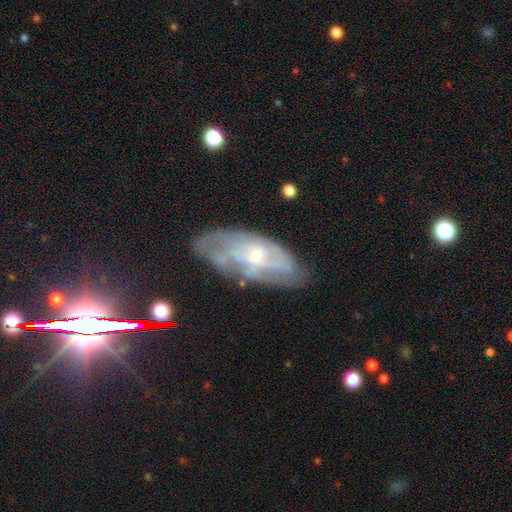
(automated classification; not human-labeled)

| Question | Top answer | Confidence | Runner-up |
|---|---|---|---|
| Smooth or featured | featured or disk | 70% | smooth (23%) |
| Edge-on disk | no | 91% | yes (9%) |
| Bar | no | 68% | weak (28%) |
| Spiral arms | yes | 75% | no (25%) |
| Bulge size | small | 60% | moderate (34%) |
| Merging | none | 61% | minor disturbance (25%) |